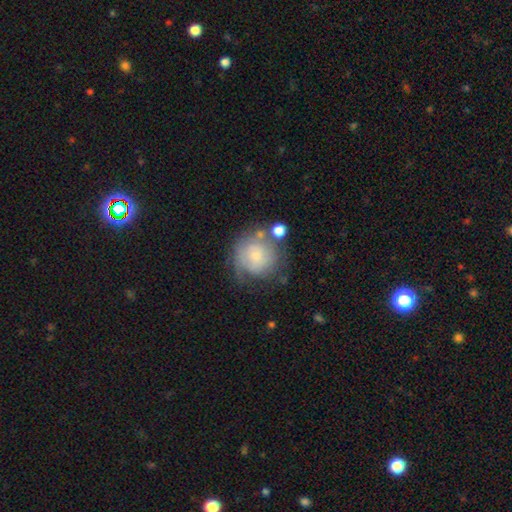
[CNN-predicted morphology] type=smooth (55%); roundness=round (88%); merging=none (49%).